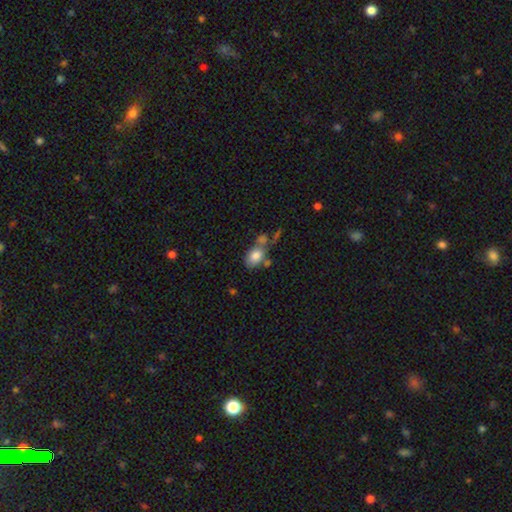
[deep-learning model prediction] Smooth or featured?
  - smooth: 79% *
  - featured or disk: 13%
  - star or artifact: 8%
How rounded?
  - in between: 83% *
  - round: 15%
  - cigar-shaped: 2%
Merging?
  - none: 41% *
  - merger: 34%
  - minor disturbance: 16%
  - major disturbance: 9%